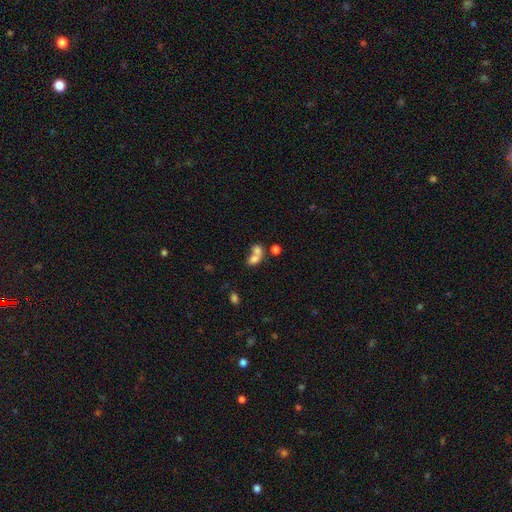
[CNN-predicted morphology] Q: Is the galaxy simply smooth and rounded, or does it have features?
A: smooth — 71%.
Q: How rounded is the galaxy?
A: in between — 61%.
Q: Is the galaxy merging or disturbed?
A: merger — 69%.